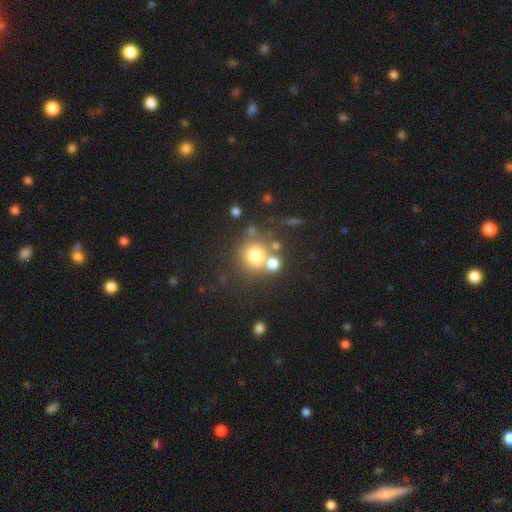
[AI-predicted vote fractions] Smooth or featured? Predicted: smooth (p=0.72). How rounded? Predicted: round (p=0.90). Merging? Predicted: none (p=0.60).